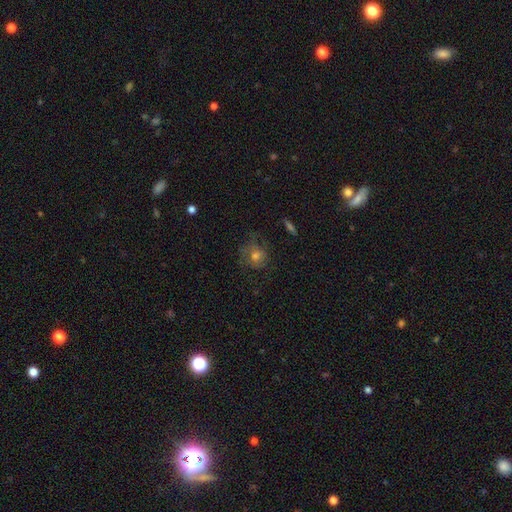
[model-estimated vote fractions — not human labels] This is possibly a smooth galaxy (52%). How rounded: clearly round (84%). Merging: likely none (67%).